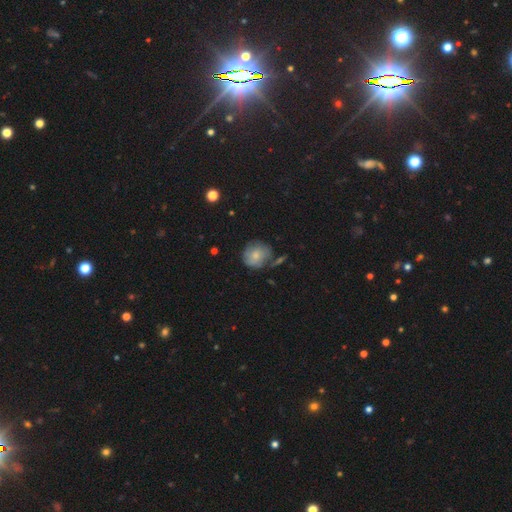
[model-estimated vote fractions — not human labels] Smooth or featured? smooth (66%)
How rounded? round (84%)
Merging? none (60%)